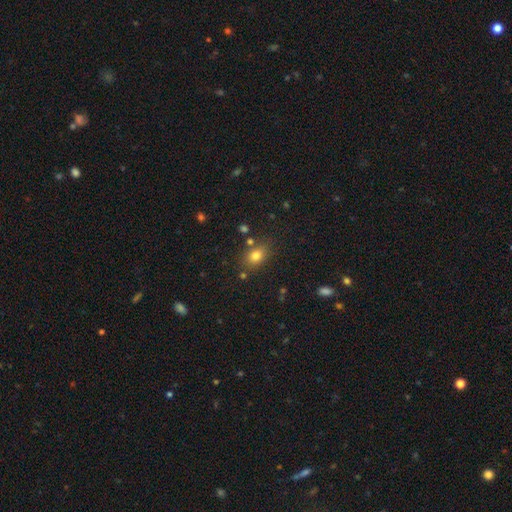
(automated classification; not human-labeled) The model was most divided on "how rounded": in between: 63%, round: 35%, cigar-shaped: 1%. More confident: smooth or featured — smooth (78%); merging — none (75%).